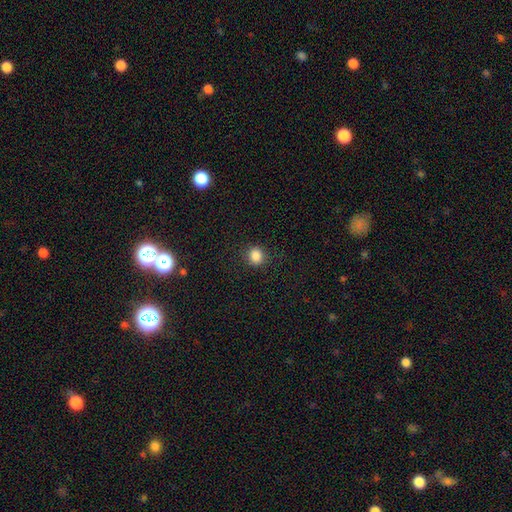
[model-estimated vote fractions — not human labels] A smooth galaxy with no disk features (86%) that is round (73%). Merging: none (87%).